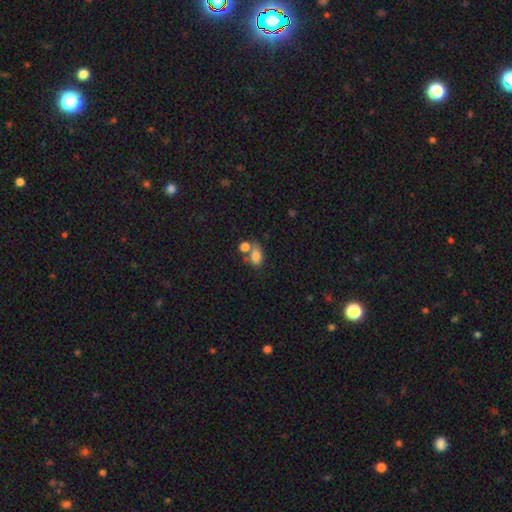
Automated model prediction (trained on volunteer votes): smooth_or_featured: smooth (p=0.79) [alt: star or artifact p=0.11]
how_rounded: in between (p=0.83) [alt: round p=0.15]
merging: none (p=0.42) [alt: merger p=0.37]